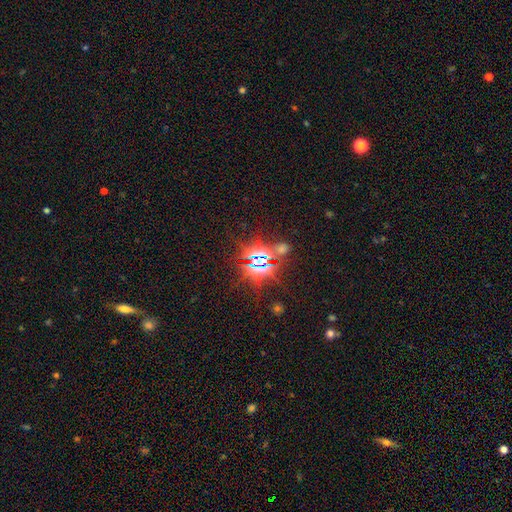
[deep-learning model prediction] Smooth or featured? Predicted: star or artifact (p=0.82).